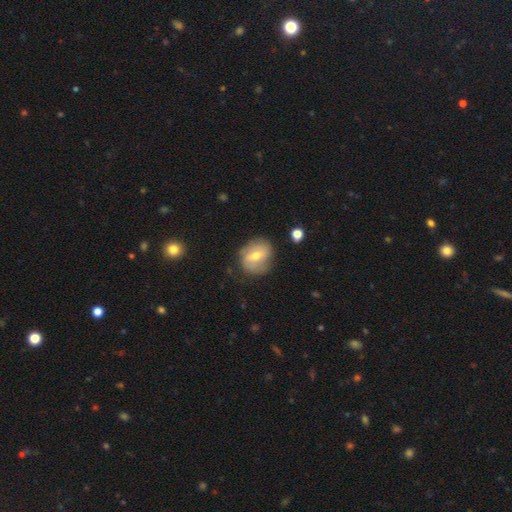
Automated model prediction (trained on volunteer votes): Overall: smooth (47%; featured or disk 45%). Merging: none (68%).